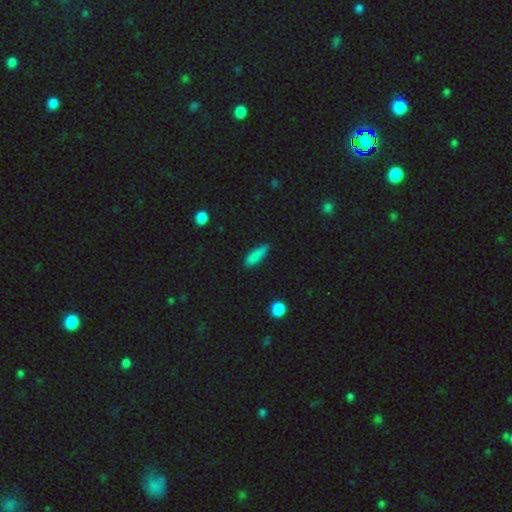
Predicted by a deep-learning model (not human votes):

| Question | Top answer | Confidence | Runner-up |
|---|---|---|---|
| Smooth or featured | smooth | 84% | star or artifact (9%) |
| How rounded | cigar-shaped | 60% | in between (37%) |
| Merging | none | 81% | minor disturbance (15%) |